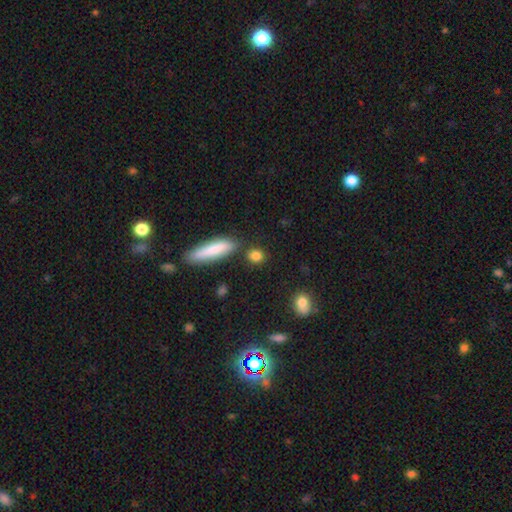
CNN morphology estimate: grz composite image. It shows a smooth galaxy with no disk features (84%) that is round (58%). Merging: none (79%).